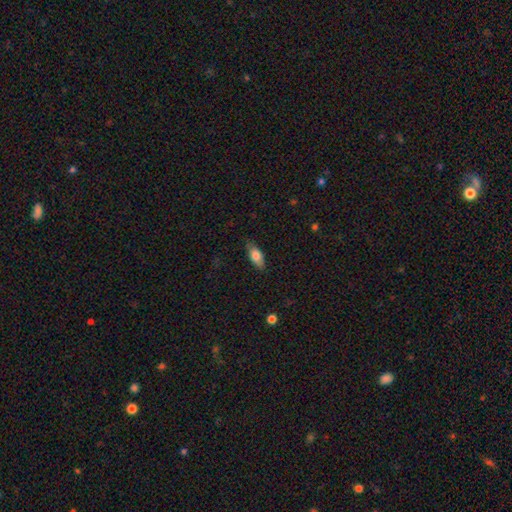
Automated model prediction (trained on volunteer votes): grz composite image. It shows a smooth galaxy with no disk features (77%) that is in between round and cigar-shaped (80%). Merging: none (81%).